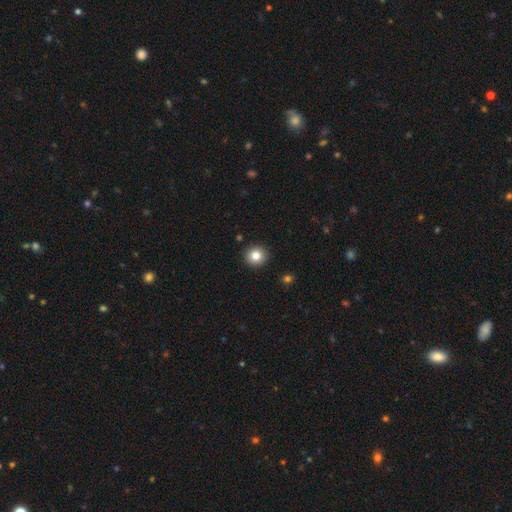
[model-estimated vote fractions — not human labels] A smooth galaxy with no disk features (83%) that is round (93%). Merging: none (92%).